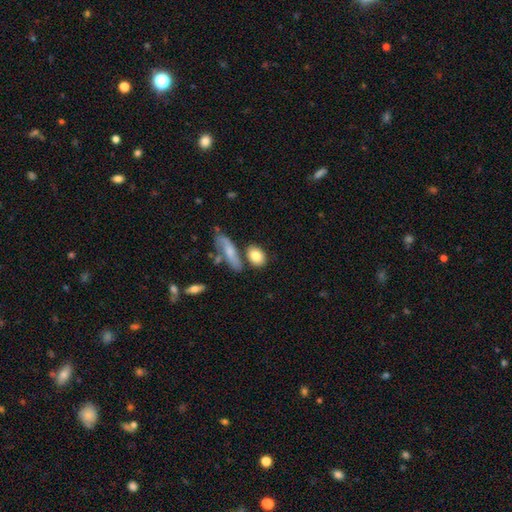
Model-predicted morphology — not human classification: smooth-or-featured: smooth: 81% | featured or disk: 12% | star or artifact: 7%
  how-rounded: in between: 67% | round: 26% | cigar-shaped: 6%
  merging: none: 66% | merger: 16% | minor disturbance: 14% | major disturbance: 4%